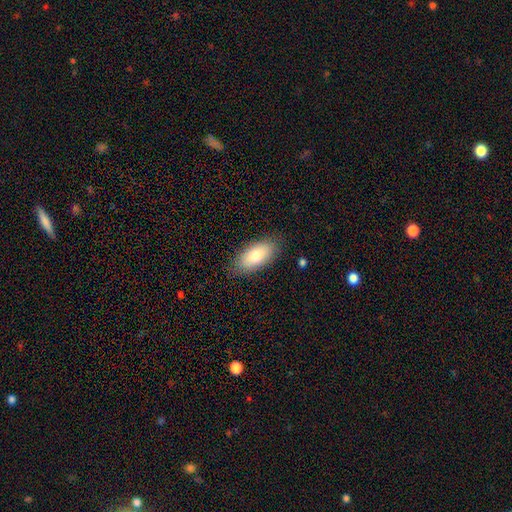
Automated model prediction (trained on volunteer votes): This appears to be a smooth galaxy with no disk features (76%) that is in between round and cigar-shaped (89%). Merging: none (85%).